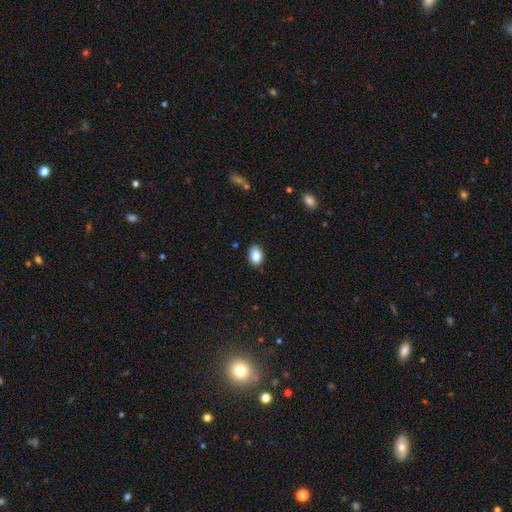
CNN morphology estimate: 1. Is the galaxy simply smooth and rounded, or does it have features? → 86% smooth, 8% star or artifact, 6% featured or disk.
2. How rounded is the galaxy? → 84% in between, 15% round, 1% cigar-shaped.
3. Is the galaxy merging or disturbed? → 87% none, 10% minor disturbance, 2% major disturbance, 1% merger.